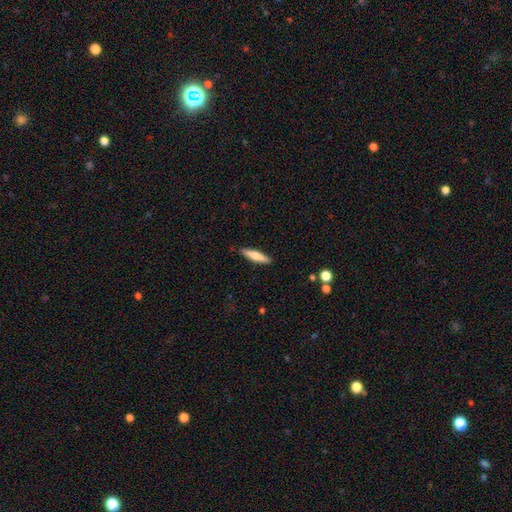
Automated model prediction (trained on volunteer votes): Smooth or featured: smooth — 68% (featured or disk — 27%)
How rounded: cigar-shaped — 78% (in between — 20%)
Merging: none — 89% (minor disturbance — 8%)